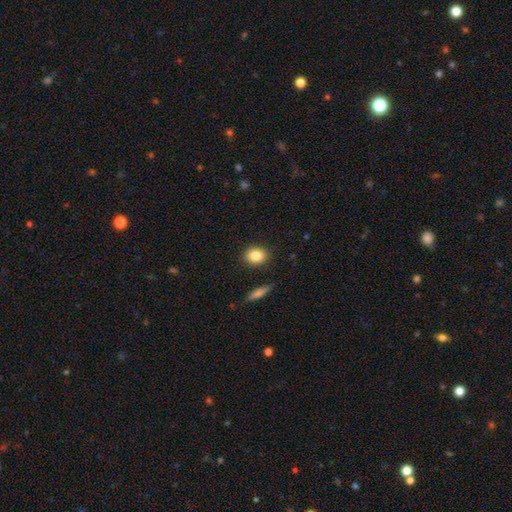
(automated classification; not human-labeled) The model was most divided on "how rounded": round: 53%, in between: 45%, cigar-shaped: 2%. More confident: merging — none (88%); smooth or featured — smooth (85%).